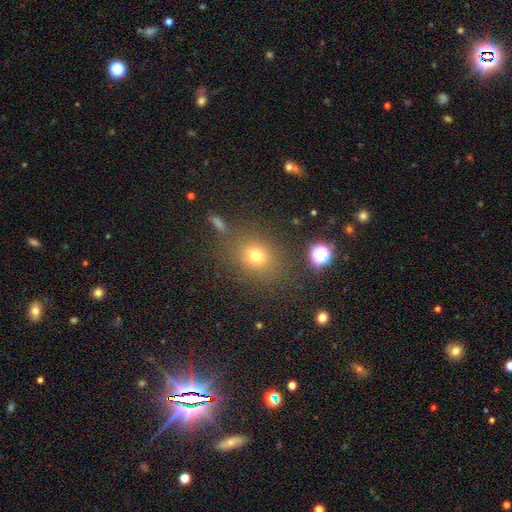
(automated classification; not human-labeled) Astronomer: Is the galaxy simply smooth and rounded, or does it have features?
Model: smooth — 68%.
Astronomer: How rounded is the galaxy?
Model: round — 64%.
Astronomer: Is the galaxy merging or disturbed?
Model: none — 79%.